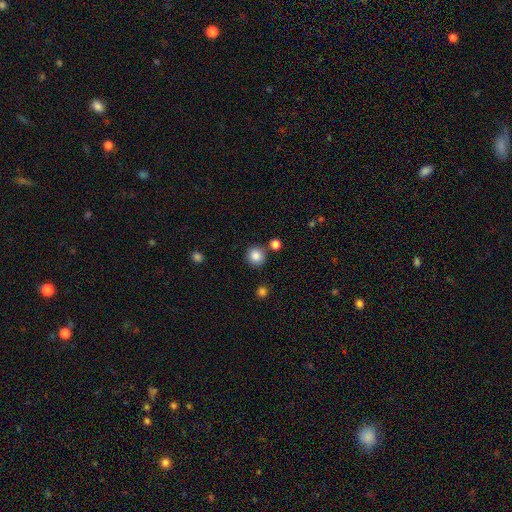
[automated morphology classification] type=smooth (85%); roundness=round (93%); merging=none (84%).